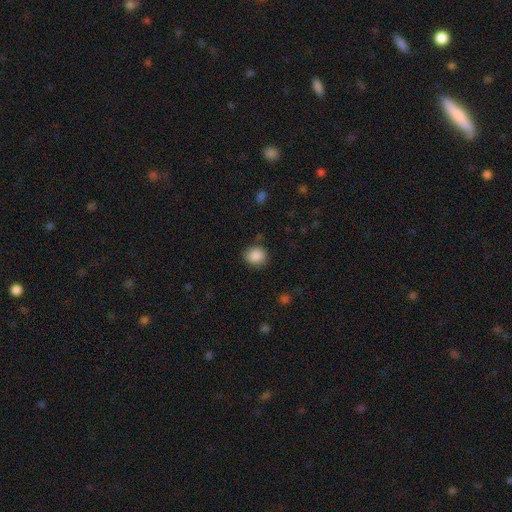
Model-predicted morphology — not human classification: The model was most divided on "how rounded": round: 73%, in between: 27%, cigar-shaped: 1%. More confident: smooth or featured — smooth (88%); merging — none (82%).